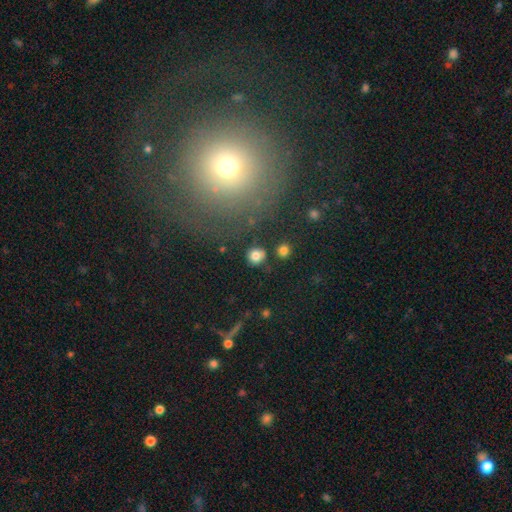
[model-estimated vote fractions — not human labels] This appears to be a smooth galaxy with no disk features (81%) that is round (90%). Merging: none (81%).